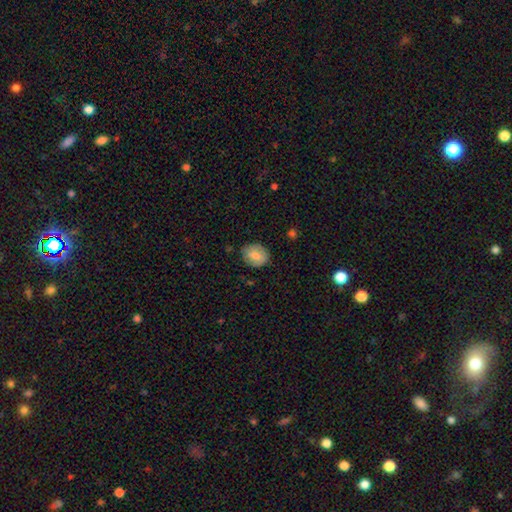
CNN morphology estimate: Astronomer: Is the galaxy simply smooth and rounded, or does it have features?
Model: smooth — 76%.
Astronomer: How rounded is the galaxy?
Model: round — 58% (runner-up: in between, 41%).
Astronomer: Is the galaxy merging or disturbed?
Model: none — 77%.